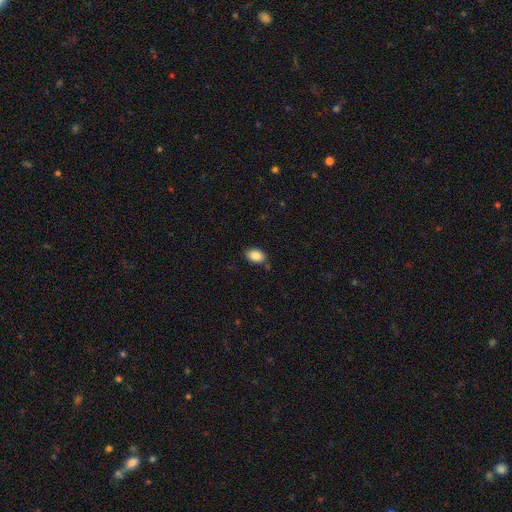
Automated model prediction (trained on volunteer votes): Morphology: type=smooth (88%); roundness=in between (86%); merging=none (82%).